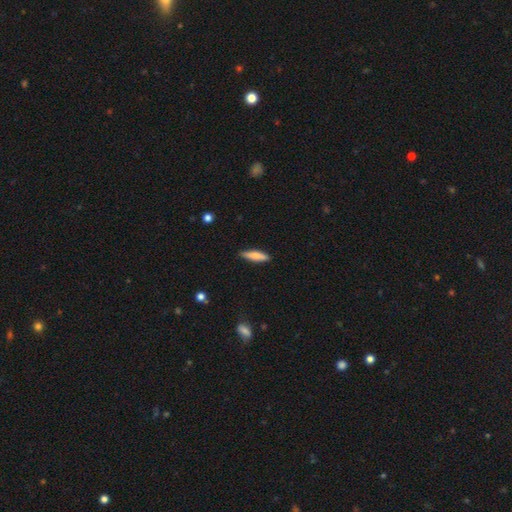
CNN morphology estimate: Overall: smooth (73%). How rounded: cigar-shaped (75%). Merging: none (87%).